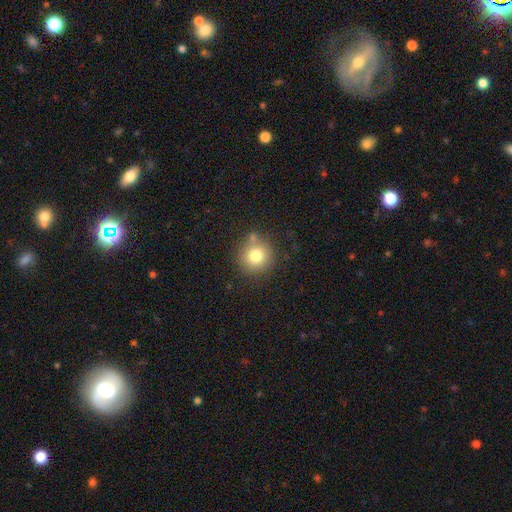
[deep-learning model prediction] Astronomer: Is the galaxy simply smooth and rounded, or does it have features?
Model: smooth — 77%.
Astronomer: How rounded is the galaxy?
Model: round — 93%.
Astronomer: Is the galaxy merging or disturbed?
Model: none — 76%.